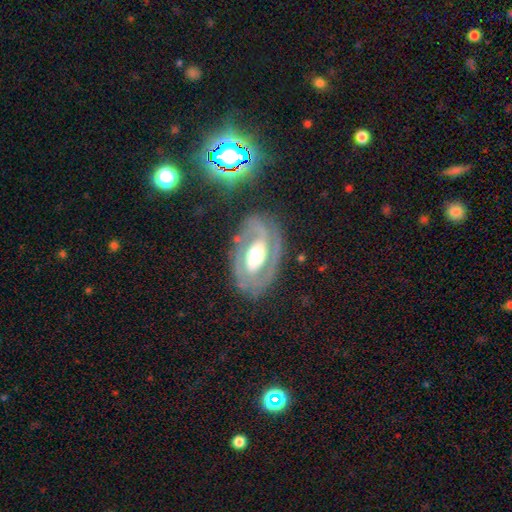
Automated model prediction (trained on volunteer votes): This is clearly a featured or disk galaxy (83%). It is clearly not viewed edge-on (94%). Bar: marginally no (41%). Spiral arm pattern: likely yes (79%). Spiral arm count: likely 2 (79%). Spiral winding: possibly tight (47%). Central bulge: possibly moderate (57%). Merging: likely none (75%).